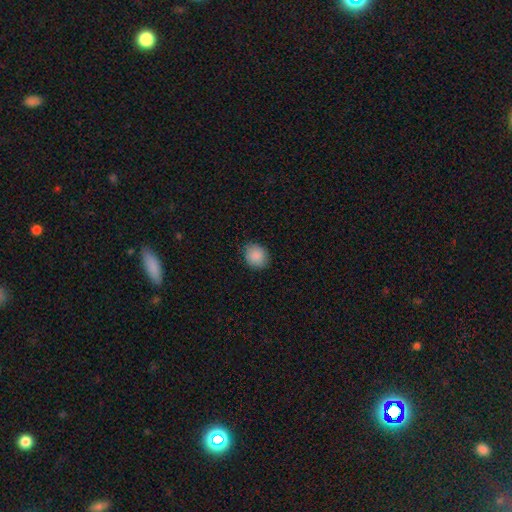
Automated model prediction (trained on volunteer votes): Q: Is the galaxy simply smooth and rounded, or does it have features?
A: smooth — 89%.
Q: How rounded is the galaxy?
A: round — 66%.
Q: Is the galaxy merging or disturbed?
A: none — 86%.